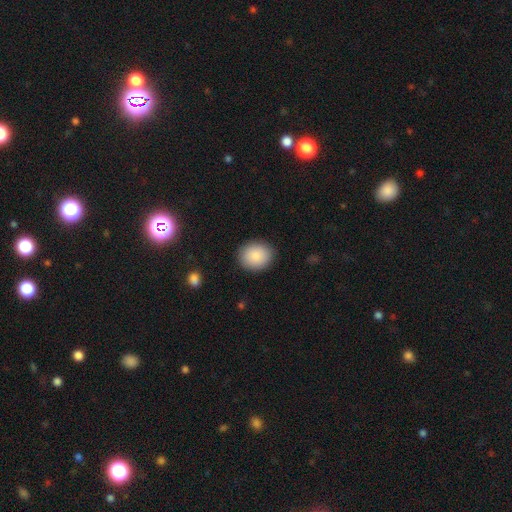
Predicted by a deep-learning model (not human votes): smooth 87%, star or artifact 7%, featured or disk 6%. Down the decision tree: how rounded — round (64%); merging — none (89%).